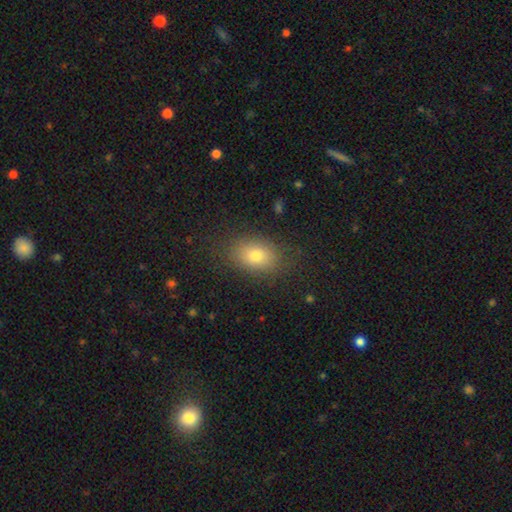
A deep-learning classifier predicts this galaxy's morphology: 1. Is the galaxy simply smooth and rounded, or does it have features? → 78% smooth, 12% featured or disk, 11% star or artifact.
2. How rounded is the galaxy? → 77% in between, 22% round, 1% cigar-shaped.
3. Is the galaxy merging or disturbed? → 83% none, 12% minor disturbance, 4% major disturbance, 1% merger.